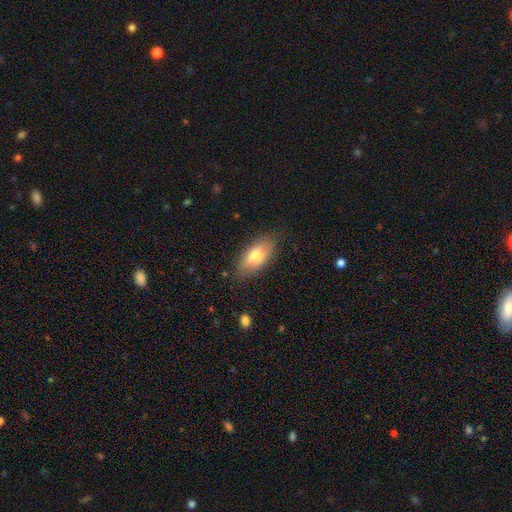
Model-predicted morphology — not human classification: Smooth or featured?
  - smooth: 65% *
  - featured or disk: 27%
  - star or artifact: 8%
How rounded?
  - in between: 83% *
  - cigar-shaped: 12%
  - round: 4%
Merging?
  - none: 80% *
  - minor disturbance: 15%
  - major disturbance: 4%
  - merger: 1%